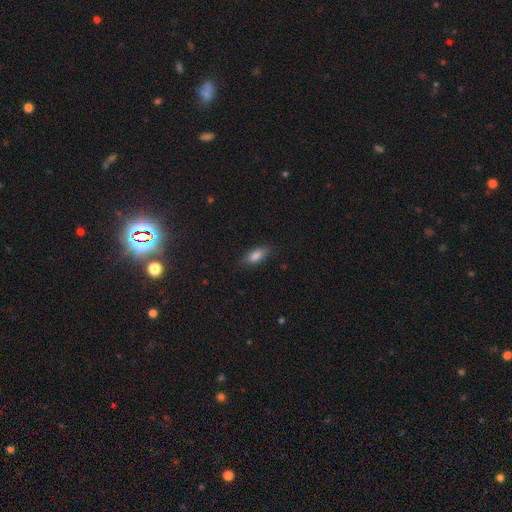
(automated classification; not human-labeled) Smooth or featured: smooth — 84% (star or artifact — 8%)
How rounded: in between — 82% (cigar-shaped — 15%)
Merging: none — 82% (minor disturbance — 13%)